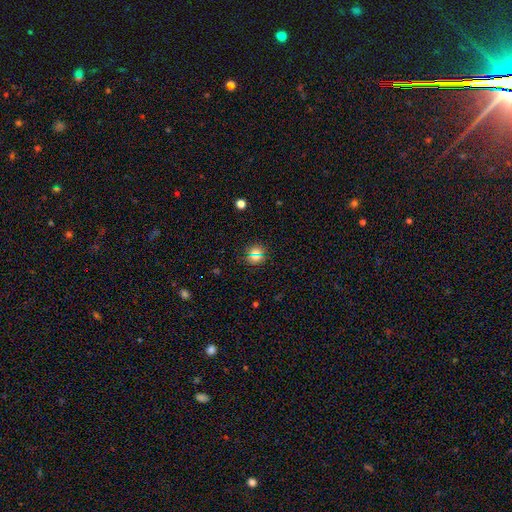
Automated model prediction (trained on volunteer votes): Q: Smooth or featured?
A: smooth (61%); runner-up: star or artifact (30%)
Q: How rounded?
A: round (88%); runner-up: in between (10%)
Q: Merging?
A: none (87%); runner-up: minor disturbance (7%)